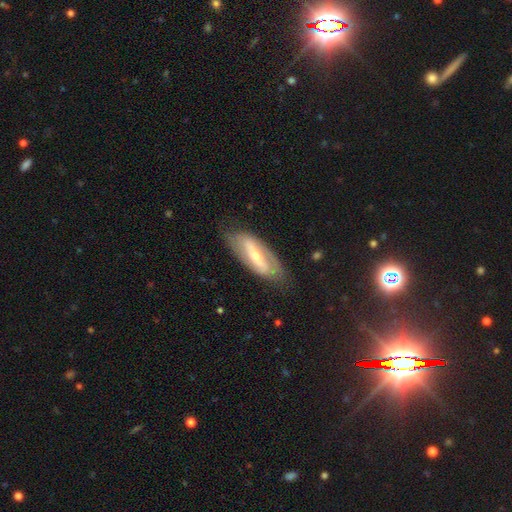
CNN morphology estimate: smooth_or_featured: featured or disk (p=0.73) [alt: smooth p=0.22]
disk_edge_on: no (p=0.84) [alt: yes p=0.16]
bar: strong (p=0.64) [alt: weak p=0.22]
has_spiral_arms: yes (p=0.67) [alt: no p=0.33]
bulge_size: small (p=0.51) [alt: moderate p=0.44]
merging: none (p=0.74) [alt: minor disturbance p=0.18]